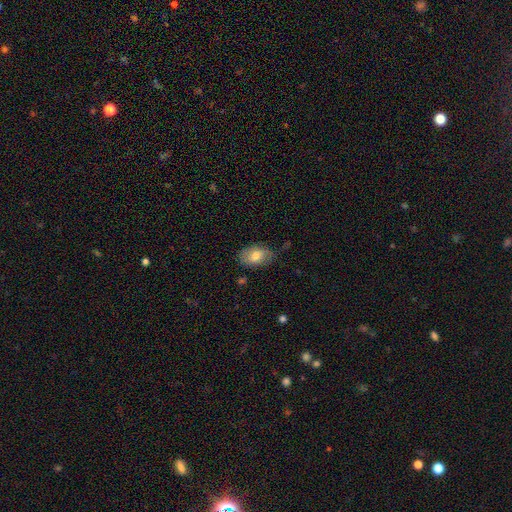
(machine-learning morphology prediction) Smooth or featured? Predicted: smooth (p=0.74). How rounded? Predicted: in between (p=0.90). Merging? Predicted: none (p=0.72).